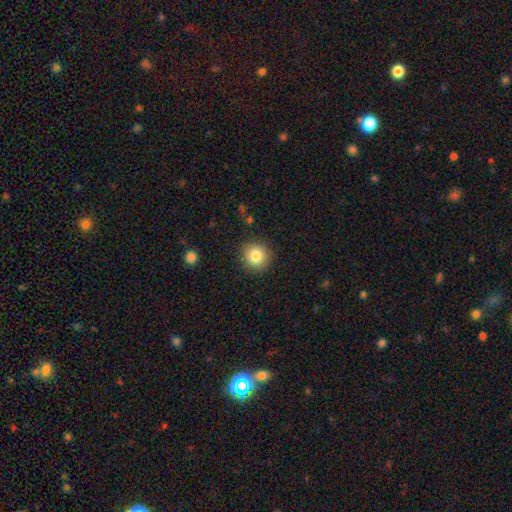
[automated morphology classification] Smooth or featured?
  - smooth: 84% *
  - star or artifact: 9%
  - featured or disk: 7%
How rounded?
  - round: 93% *
  - in between: 7%
  - cigar-shaped: 1%
Merging?
  - none: 90% *
  - minor disturbance: 7%
  - major disturbance: 2%
  - merger: 1%